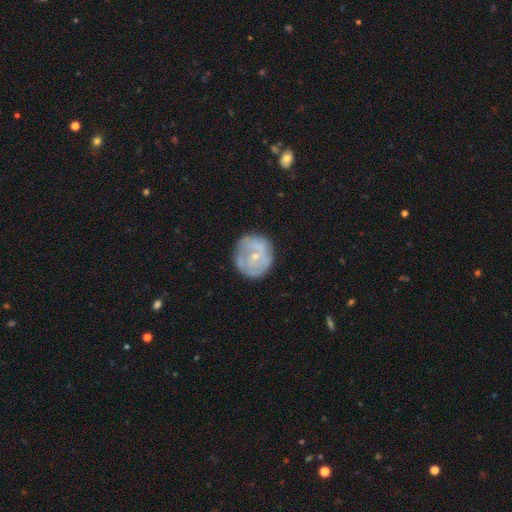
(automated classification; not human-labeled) Smooth or featured? Predicted: featured or disk (p=0.52). Edge-on disk? Predicted: no (p=0.97). Bar? Predicted: no (p=0.76). Spiral arms? Predicted: no (p=0.61). Bulge size? Predicted: small (p=0.73). Merging? Predicted: none (p=0.71).